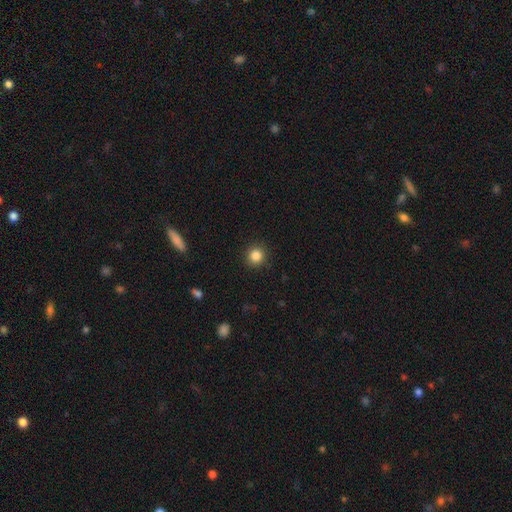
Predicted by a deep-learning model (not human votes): Q: Smooth or featured?
A: smooth (85%); runner-up: star or artifact (11%)
Q: How rounded?
A: round (92%); runner-up: in between (7%)
Q: Merging?
A: none (92%); runner-up: minor disturbance (5%)